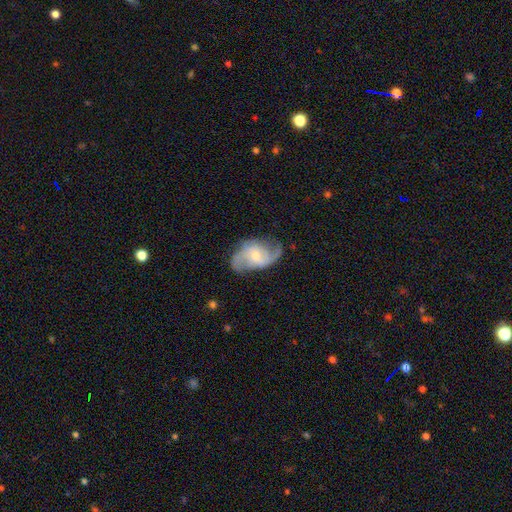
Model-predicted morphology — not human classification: Smooth or featured? Predicted: featured or disk (p=0.75). Edge-on disk? Predicted: no (p=0.96). Bar? Predicted: no (p=0.51). Spiral arms? Predicted: yes (p=0.90). Spiral winding? Predicted: loose (p=0.50). Spiral arm count? Predicted: 2 (p=0.80). Bulge size? Predicted: small (p=0.51). Merging? Predicted: none (p=0.59).